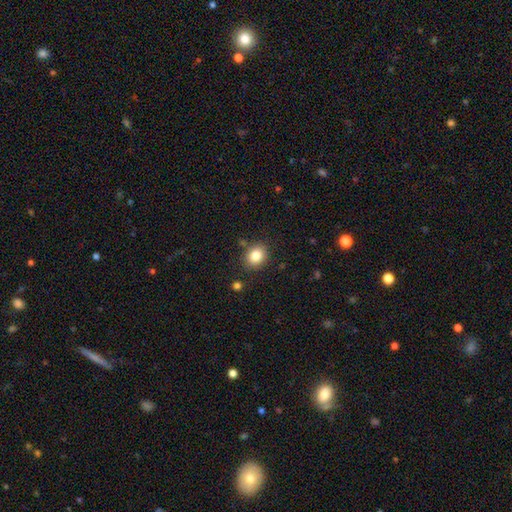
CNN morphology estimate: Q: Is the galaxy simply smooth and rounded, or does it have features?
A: smooth — 83%.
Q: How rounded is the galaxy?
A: round — 59%.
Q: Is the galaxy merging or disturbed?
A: none — 84%.